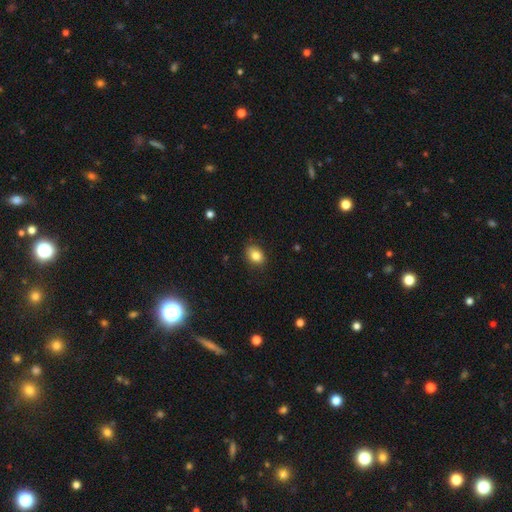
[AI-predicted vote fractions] Smooth or featured: smooth — 83% (star or artifact — 9%)
How rounded: in between — 67% (round — 32%)
Merging: none — 83% (minor disturbance — 13%)